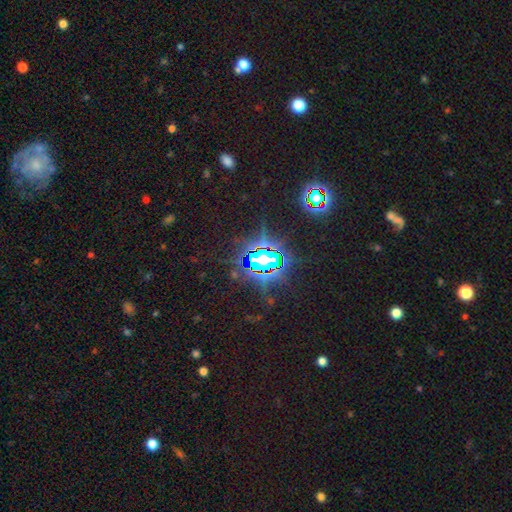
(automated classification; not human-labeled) A star or artifact, not a galaxy (83%).

Vote fractions:
- Smooth or featured? star or artifact: 83% / smooth: 9% / featured or disk: 8%